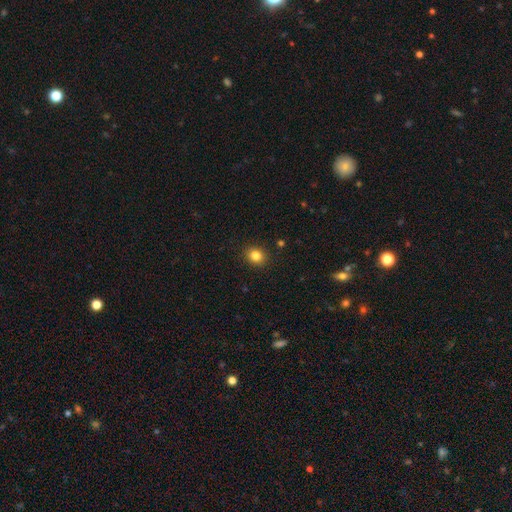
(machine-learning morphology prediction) This appears to be a smooth galaxy with no disk features (84%) that is round (65%). Merging: none (90%).